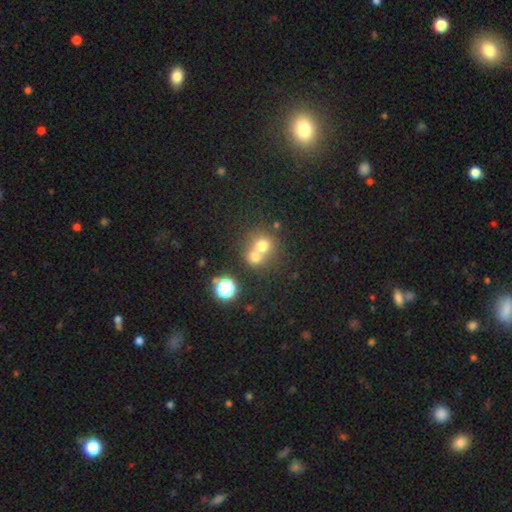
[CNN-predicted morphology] This appears to be a smooth galaxy with no disk features (66%) that is round (84%). Merging: merger (56%).